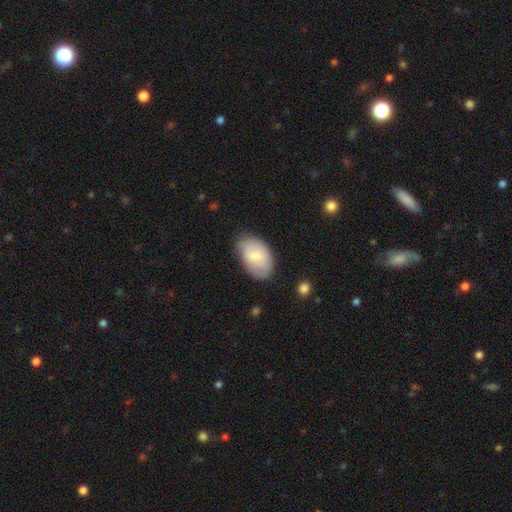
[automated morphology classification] smooth 68%, featured or disk 26%, star or artifact 6%. Down the decision tree: how rounded — in between (93%); merging — none (71%).